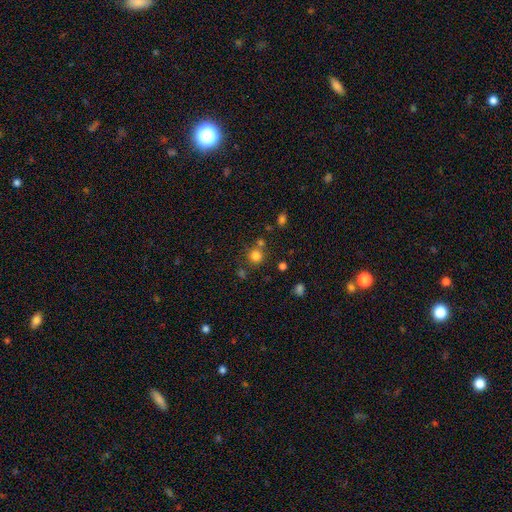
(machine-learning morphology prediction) Smooth or featured?
  - smooth: 78% *
  - star or artifact: 15%
  - featured or disk: 7%
How rounded?
  - round: 91% *
  - in between: 8%
  - cigar-shaped: 1%
Merging?
  - none: 69% *
  - merger: 18%
  - minor disturbance: 9%
  - major disturbance: 4%